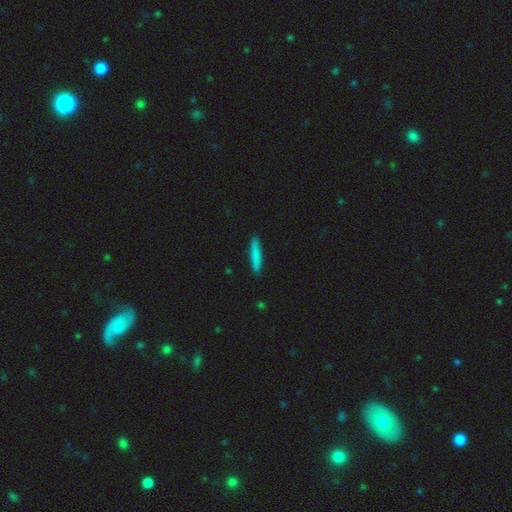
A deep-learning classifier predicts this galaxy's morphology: This is clearly a smooth galaxy (81%). How rounded: clearly cigar-shaped (92%). Merging: clearly none (90%).